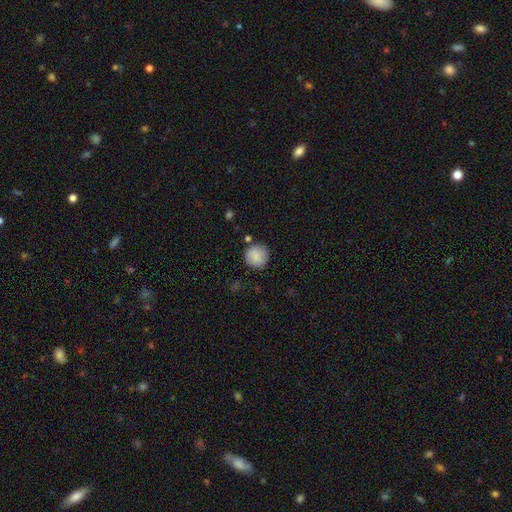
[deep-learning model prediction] This is clearly a smooth galaxy (85%). How rounded: clearly round (93%). Merging: clearly none (80%).